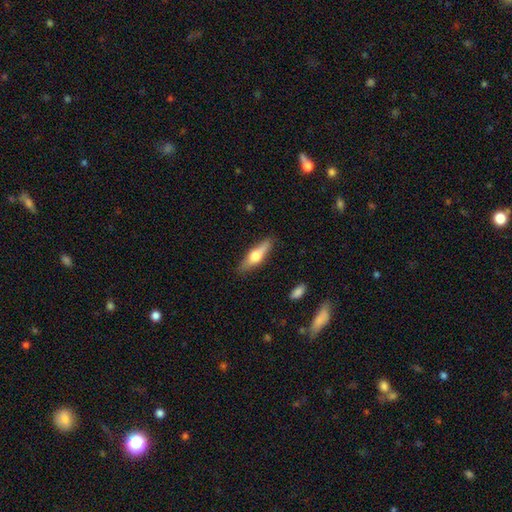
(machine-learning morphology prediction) Smooth or featured? Predicted: smooth (p=0.51). How rounded? Predicted: cigar-shaped (p=0.62). Merging? Predicted: none (p=0.82).